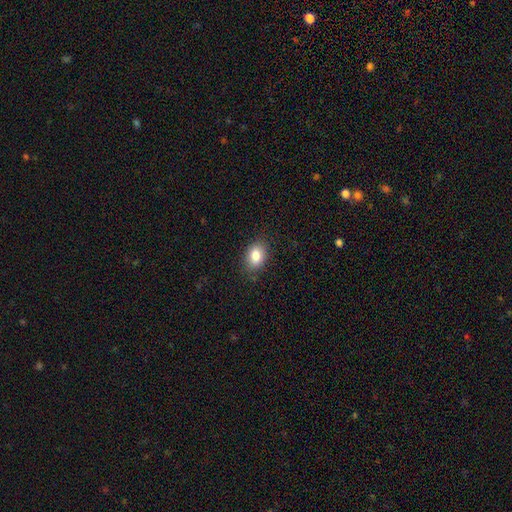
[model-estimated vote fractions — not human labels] Smooth or featured: smooth — 83% (star or artifact — 9%)
How rounded: in between — 71% (round — 28%)
Merging: none — 85% (minor disturbance — 11%)